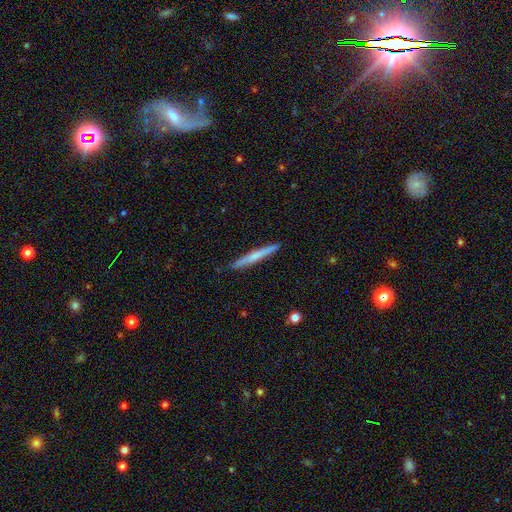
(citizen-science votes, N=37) A featured or disk galaxy (57%) viewed edge-on (100%) with no central bulge (52%).

Vote fractions:
- Smooth or featured? featured or disk: 57% / smooth: 41% / star or artifact: 3%
- Edge-on disk? yes: 100% / no: 0%
- Edge-on bulge? none: 52% / rounded: 29% / boxy: 19%
- Merging? none: 86% / minor disturbance: 14% / major disturbance: 0% / merger: 0%